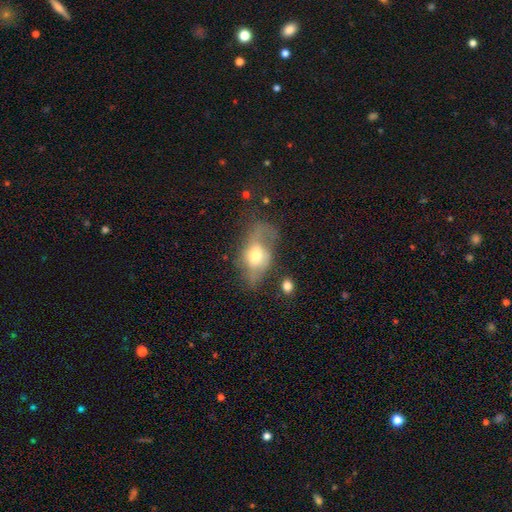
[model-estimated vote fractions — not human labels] Overall: smooth (48%; featured or disk 43%). Merging: major disturbance (41%; none 27%).